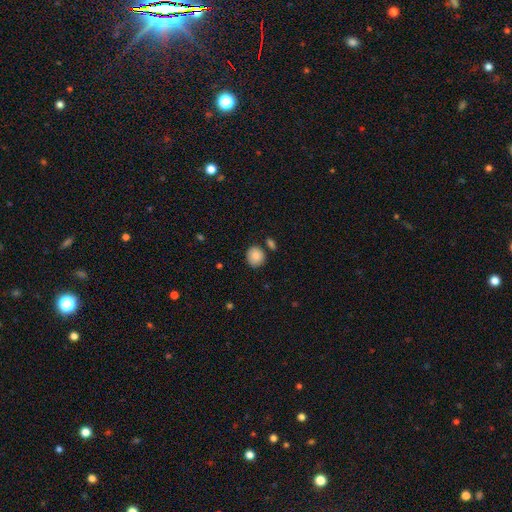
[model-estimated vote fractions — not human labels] Smooth or featured?
  - smooth: 85% *
  - star or artifact: 8%
  - featured or disk: 6%
How rounded?
  - round: 81% *
  - in between: 18%
  - cigar-shaped: 1%
Merging?
  - none: 80% *
  - minor disturbance: 11%
  - merger: 7%
  - major disturbance: 3%